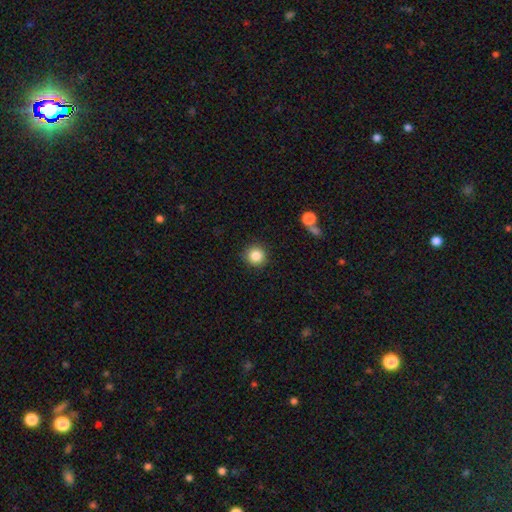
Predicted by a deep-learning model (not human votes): Smooth or featured?
  - smooth: 86% *
  - star or artifact: 10%
  - featured or disk: 5%
How rounded?
  - round: 94% *
  - in between: 5%
  - cigar-shaped: 1%
Merging?
  - none: 89% *
  - minor disturbance: 7%
  - major disturbance: 2%
  - merger: 2%